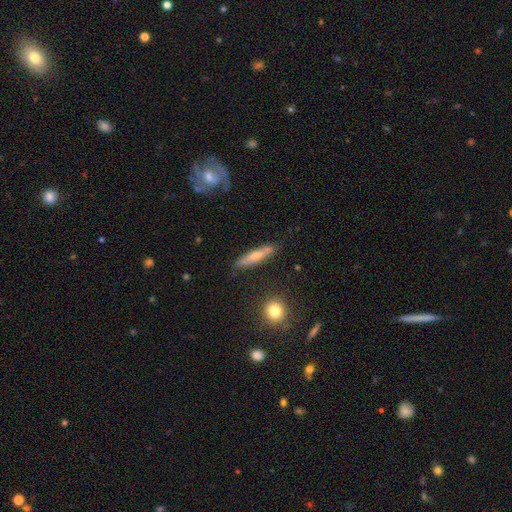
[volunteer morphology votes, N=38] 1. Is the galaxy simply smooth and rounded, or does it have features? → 68% featured or disk, 26% smooth, 5% star or artifact.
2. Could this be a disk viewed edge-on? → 81% yes, 19% no.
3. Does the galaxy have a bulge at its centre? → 81% rounded, 10% boxy, 10% none.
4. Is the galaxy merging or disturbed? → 83% none, 14% minor disturbance, 3% merger, 0% major disturbance.